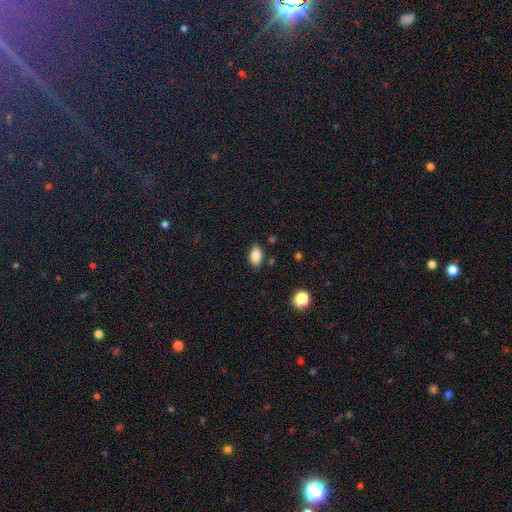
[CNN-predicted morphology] Q: Smooth or featured?
A: smooth (84%); runner-up: star or artifact (9%)
Q: How rounded?
A: in between (89%); runner-up: round (9%)
Q: Merging?
A: none (82%); runner-up: minor disturbance (13%)